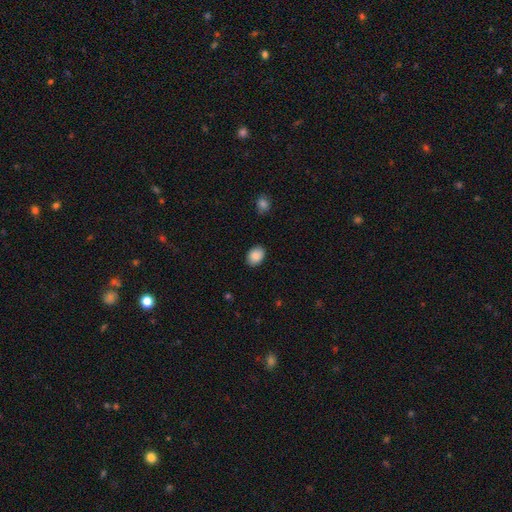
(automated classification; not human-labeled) Overall: smooth (89%). How rounded: in between (70%). Merging: none (88%).